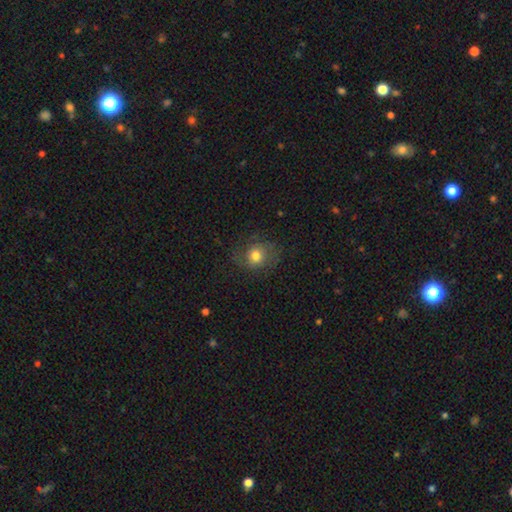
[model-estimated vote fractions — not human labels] A smooth galaxy with no disk features (69%) that is round (72%).

Vote fractions:
- Smooth or featured? smooth: 69% / featured or disk: 21% / star or artifact: 11%
- How rounded? round: 72% / in between: 27% / cigar-shaped: 1%
- Merging? none: 67% / minor disturbance: 19% / major disturbance: 12% / merger: 1%